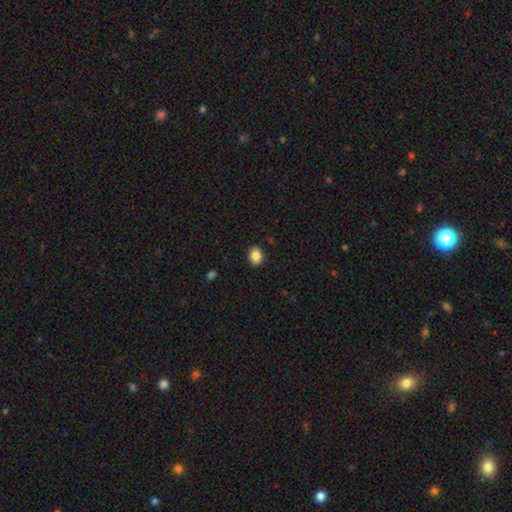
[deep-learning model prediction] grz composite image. It shows a smooth galaxy with no disk features (87%) that is in between round and cigar-shaped (59%). Merging: none (90%).